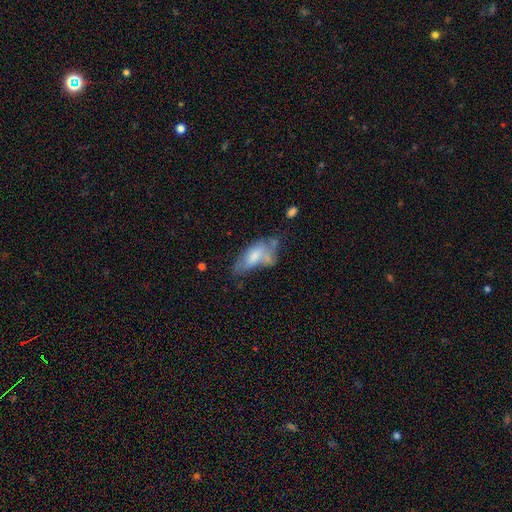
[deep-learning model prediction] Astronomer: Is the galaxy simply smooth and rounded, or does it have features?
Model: smooth — 61%.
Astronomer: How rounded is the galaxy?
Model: in between — 82%.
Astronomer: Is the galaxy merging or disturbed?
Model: none — 29%, tied with minor disturbance at 29%.